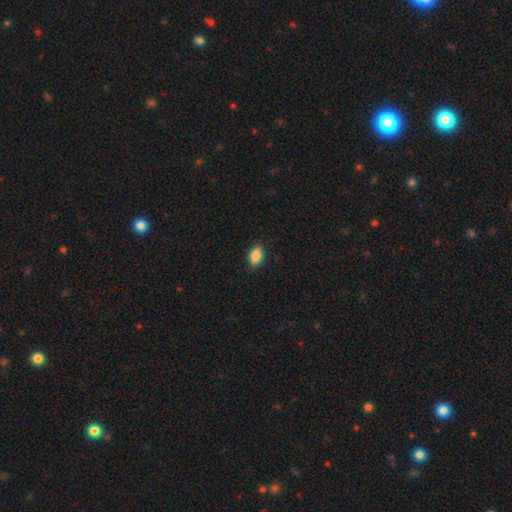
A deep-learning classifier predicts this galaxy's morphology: Overall: smooth (87%). How rounded: in between (89%). Merging: none (87%).